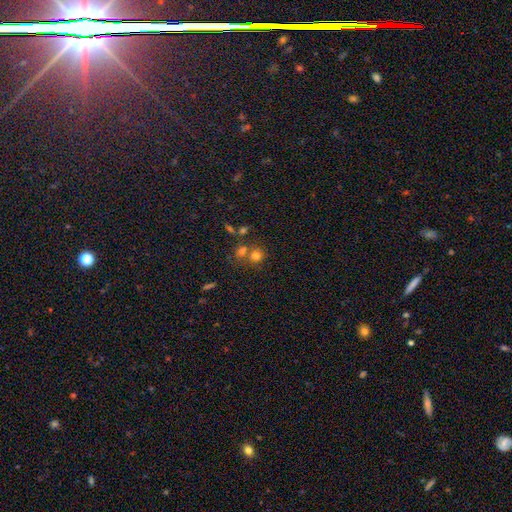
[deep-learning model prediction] Overall: smooth (73%). How rounded: round (84%). Merging: none (54%; merger 34%).